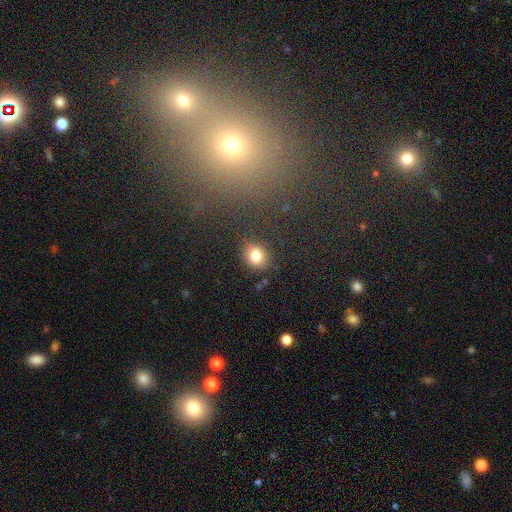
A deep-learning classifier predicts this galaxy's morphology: Smooth or featured? smooth (81%)
How rounded? round (72%)
Merging? none (81%)